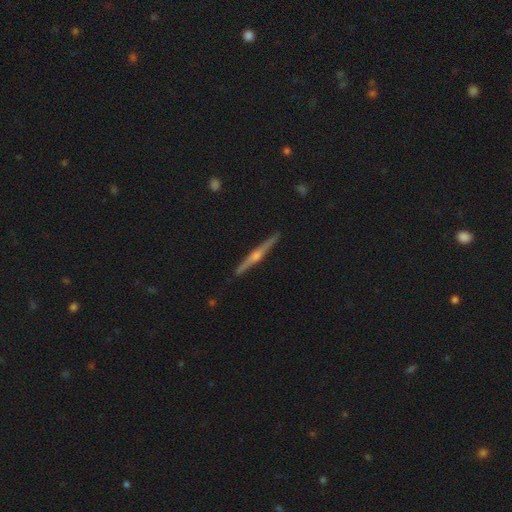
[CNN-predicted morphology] Smooth or featured? featured or disk (80%)
Edge-on disk? yes (98%)
Edge-on bulge? rounded (87%)
Merging? none (90%)